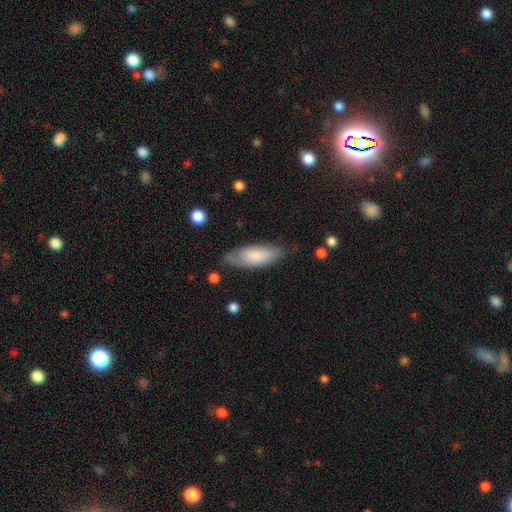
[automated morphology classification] A smooth galaxy with no disk features (74%) that is in between round and cigar-shaped (74%).

Vote fractions:
- Smooth or featured? smooth: 74% / featured or disk: 21% / star or artifact: 6%
- How rounded? in between: 74% / cigar-shaped: 24% / round: 2%
- Merging? none: 69% / minor disturbance: 23% / major disturbance: 6% / merger: 2%